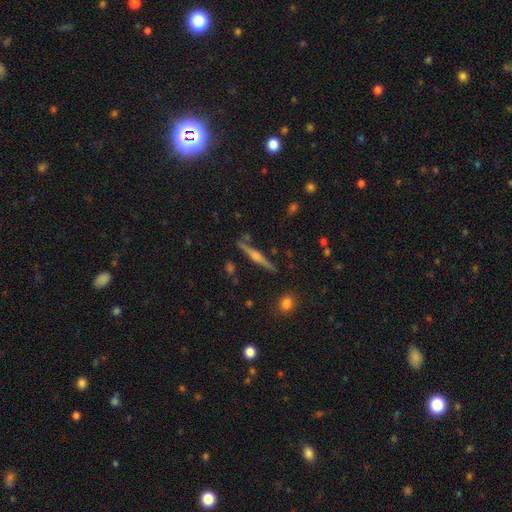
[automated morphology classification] A featured or disk galaxy (75%) viewed edge-on (98%) with a rounded central bulge (81%).

Vote fractions:
- Smooth or featured? featured or disk: 75% / smooth: 18% / star or artifact: 7%
- Edge-on disk? yes: 98% / no: 2%
- Edge-on bulge? rounded: 81% / boxy: 12% / none: 7%
- Merging? none: 89% / minor disturbance: 7% / merger: 2% / major disturbance: 2%